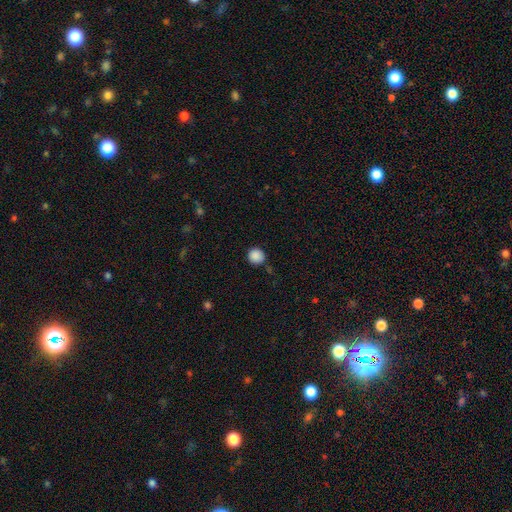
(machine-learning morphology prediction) A smooth galaxy with no disk features (88%) that is round (92%). Merging: none (87%).